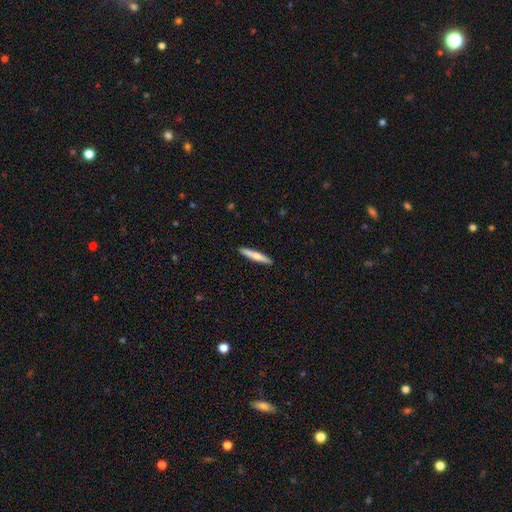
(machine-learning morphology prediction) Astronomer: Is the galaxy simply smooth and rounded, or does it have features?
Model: smooth — 66%.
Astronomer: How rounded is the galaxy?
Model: cigar-shaped — 93%.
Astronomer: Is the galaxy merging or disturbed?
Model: none — 91%.